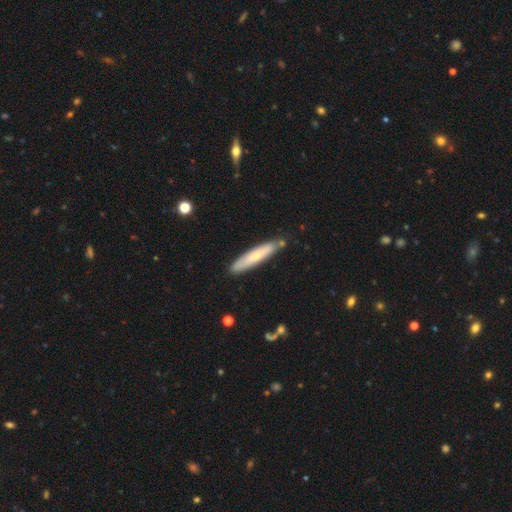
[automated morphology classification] Smooth or featured? smooth (65%)
How rounded? cigar-shaped (89%)
Merging? none (83%)